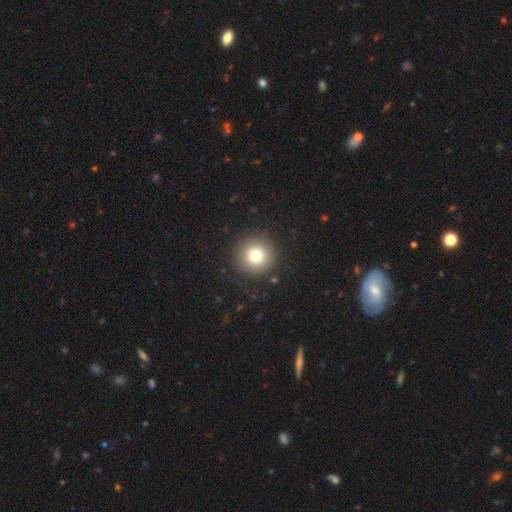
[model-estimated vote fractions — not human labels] smooth 77%, star or artifact 12%, featured or disk 10%. Down the decision tree: how rounded — round (96%); merging — none (90%).